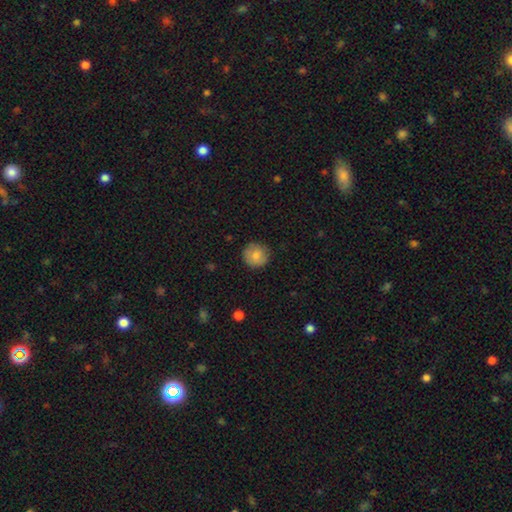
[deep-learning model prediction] smooth_or_featured: smooth (p=0.81) [alt: featured or disk p=0.11]
how_rounded: round (p=0.93) [alt: in between p=0.06]
merging: none (p=0.86) [alt: minor disturbance p=0.11]